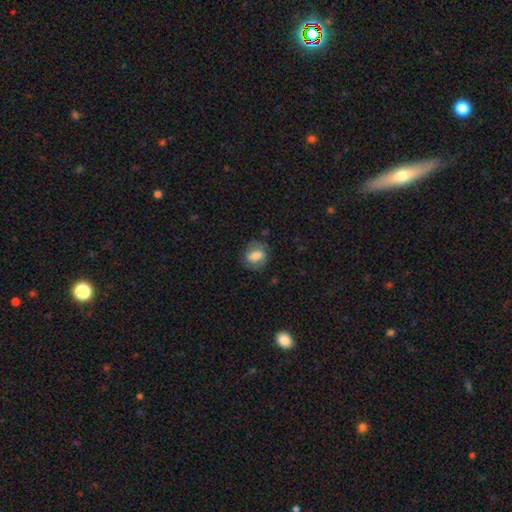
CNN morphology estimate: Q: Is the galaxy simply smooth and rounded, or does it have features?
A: smooth — 59%.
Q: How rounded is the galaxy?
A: in between — 58%.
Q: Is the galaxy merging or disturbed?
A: none — 70%.